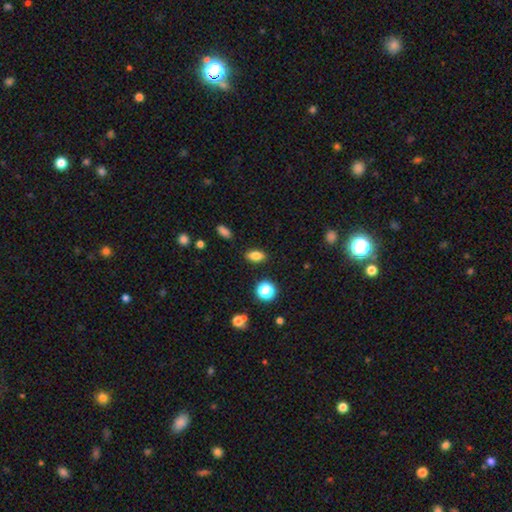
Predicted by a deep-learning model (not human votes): A smooth galaxy with no disk features (79%) that is in between round and cigar-shaped (84%).

Vote fractions:
- Smooth or featured? smooth: 79% / star or artifact: 12% / featured or disk: 9%
- How rounded? in between: 84% / round: 11% / cigar-shaped: 6%
- Merging? none: 87% / minor disturbance: 9% / major disturbance: 2% / merger: 2%